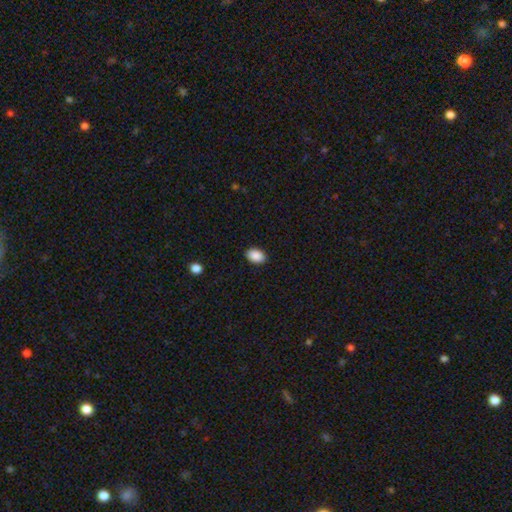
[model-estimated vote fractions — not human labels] Q: Smooth or featured?
A: smooth (90%); runner-up: star or artifact (7%)
Q: How rounded?
A: in between (84%); runner-up: round (15%)
Q: Merging?
A: none (90%); runner-up: minor disturbance (7%)